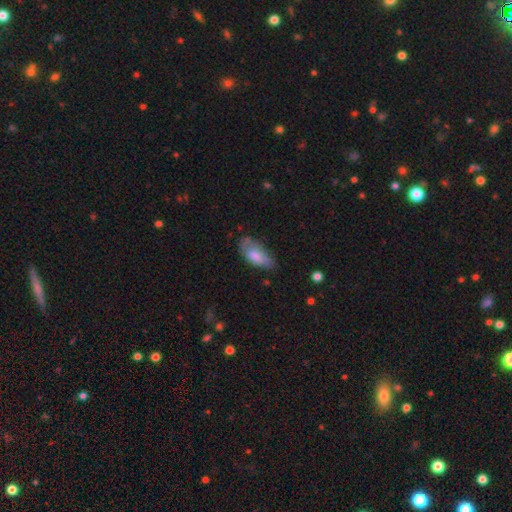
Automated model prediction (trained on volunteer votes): Smooth or featured: smooth — 68% (featured or disk — 25%)
How rounded: in between — 87% (cigar-shaped — 11%)
Merging: none — 48% (minor disturbance — 36%)